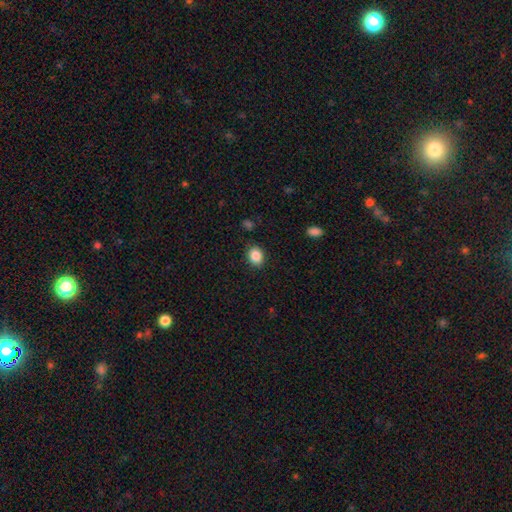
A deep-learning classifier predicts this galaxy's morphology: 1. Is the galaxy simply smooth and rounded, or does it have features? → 87% smooth, 9% star or artifact, 4% featured or disk.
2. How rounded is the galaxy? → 53% round, 46% in between, 1% cigar-shaped.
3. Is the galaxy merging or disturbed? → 87% none, 9% minor disturbance, 2% major disturbance, 1% merger.